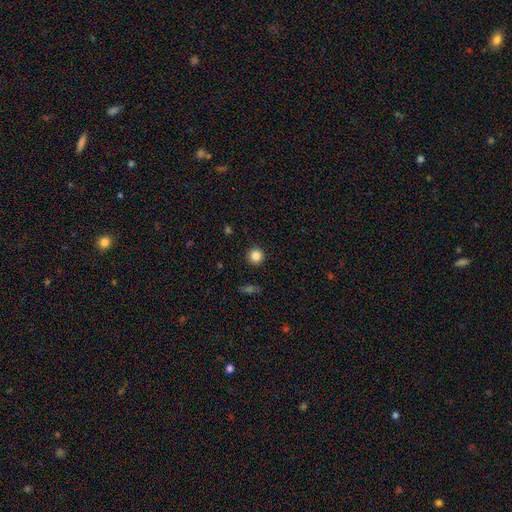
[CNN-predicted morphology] smooth 85%, star or artifact 11%, featured or disk 4%. Down the decision tree: how rounded — round (95%); merging — none (92%).